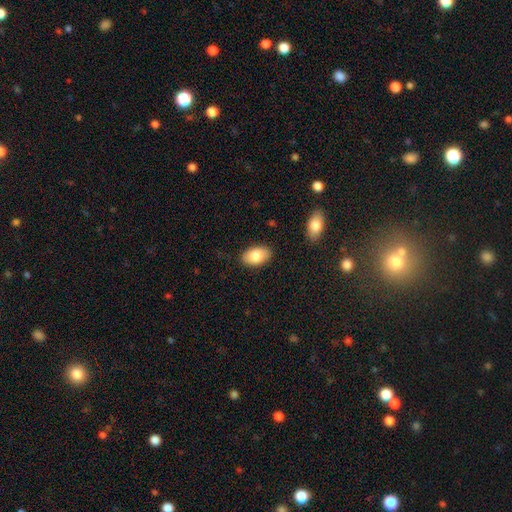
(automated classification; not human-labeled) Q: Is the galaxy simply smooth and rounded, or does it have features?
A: smooth — 84%.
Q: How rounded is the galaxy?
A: in between — 93%.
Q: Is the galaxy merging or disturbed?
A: none — 86%.